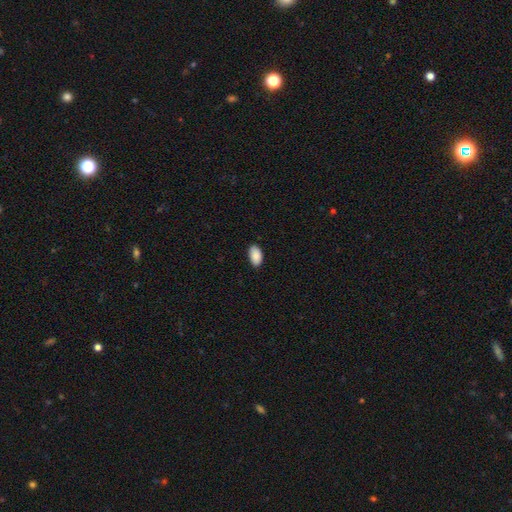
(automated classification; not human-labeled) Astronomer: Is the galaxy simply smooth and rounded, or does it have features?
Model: smooth — 90%.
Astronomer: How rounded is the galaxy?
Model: in between — 95%.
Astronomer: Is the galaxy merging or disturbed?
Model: none — 87%.